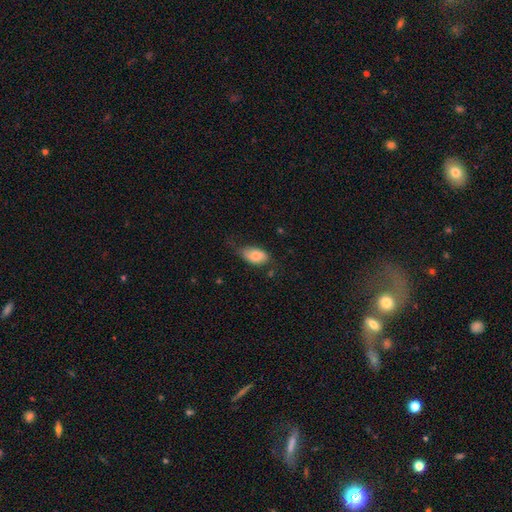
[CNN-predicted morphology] type=smooth (79%); roundness=in between (93%); merging=none (52%).